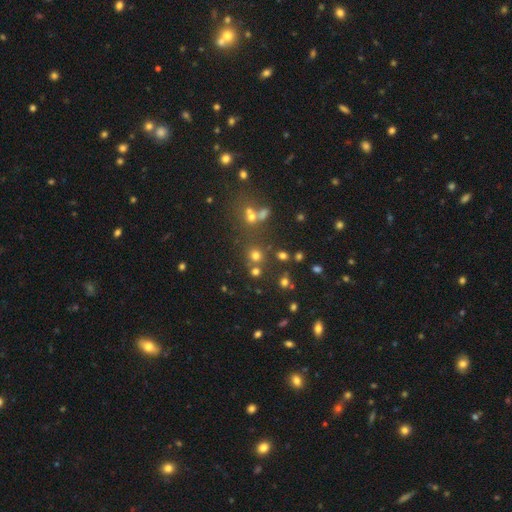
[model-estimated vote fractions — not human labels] Morphology: type=smooth (65%); roundness=round (89%); merging=none (70%).